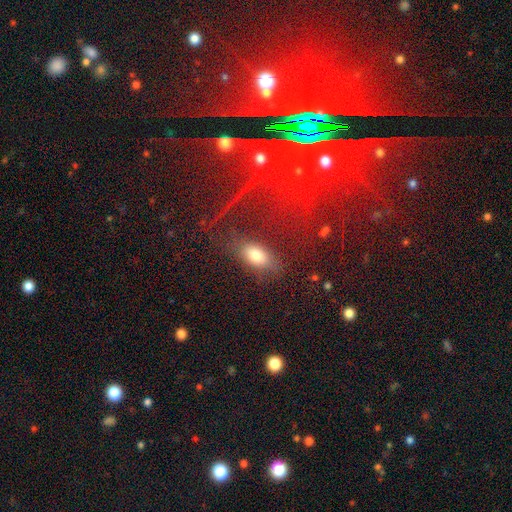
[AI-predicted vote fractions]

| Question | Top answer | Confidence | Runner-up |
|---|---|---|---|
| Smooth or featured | smooth | 75% | featured or disk (14%) |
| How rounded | in between | 84% | round (8%) |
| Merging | none | 74% | minor disturbance (16%) |